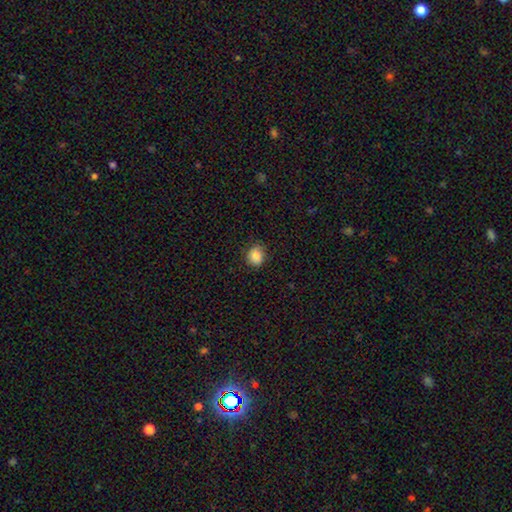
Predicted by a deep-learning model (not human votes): Overall: smooth (85%). How rounded: round (69%; in between 30%). Merging: none (81%).